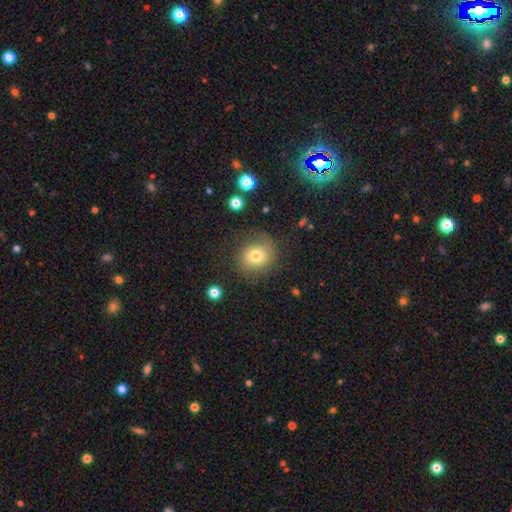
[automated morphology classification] Overall: smooth (74%). How rounded: round (78%). Merging: none (75%).